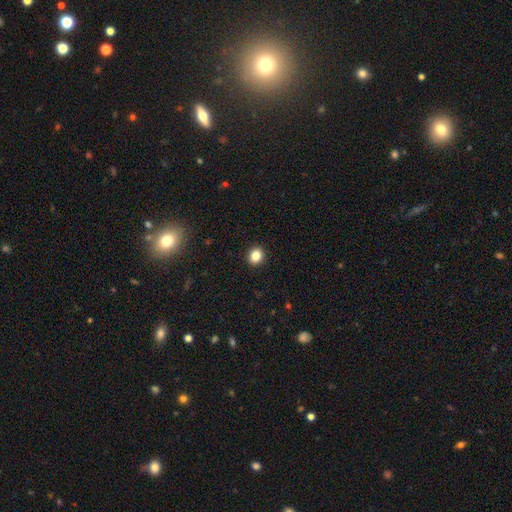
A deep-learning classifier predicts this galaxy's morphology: Smooth or featured? Predicted: smooth (p=0.84). How rounded? Predicted: round (p=0.80). Merging? Predicted: none (p=0.93).